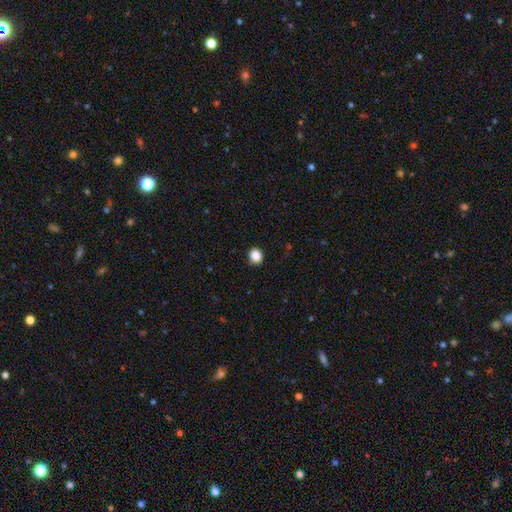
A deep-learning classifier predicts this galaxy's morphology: smooth 87%, star or artifact 10%, featured or disk 3%. Down the decision tree: how rounded — round (63%); merging — none (89%).